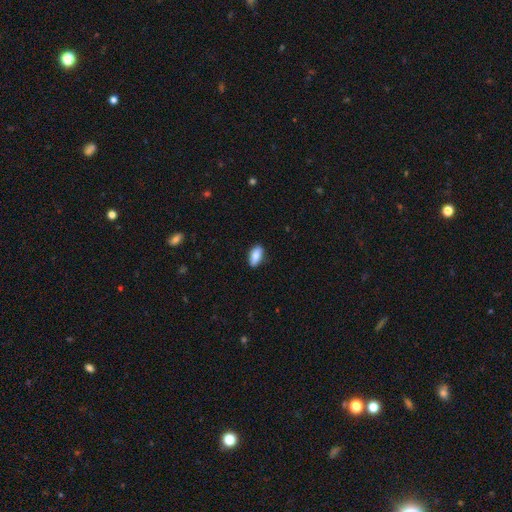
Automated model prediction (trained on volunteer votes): Smooth or featured?
  - smooth: 86% *
  - featured or disk: 8%
  - star or artifact: 6%
How rounded?
  - in between: 88% *
  - cigar-shaped: 9%
  - round: 3%
Merging?
  - none: 87% *
  - minor disturbance: 10%
  - major disturbance: 2%
  - merger: 1%